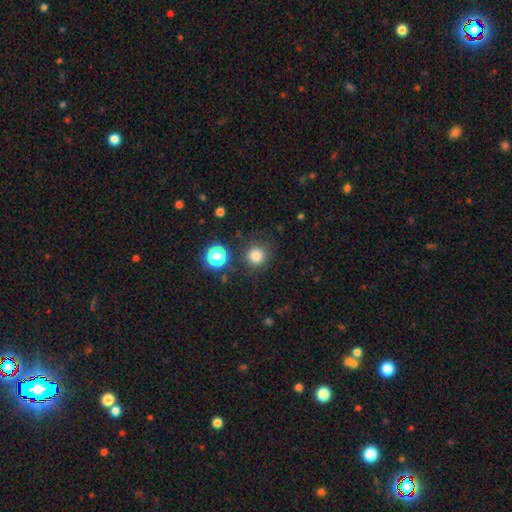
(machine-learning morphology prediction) Smooth or featured? Predicted: smooth (p=0.81). How rounded? Predicted: round (p=0.93). Merging? Predicted: none (p=0.82).